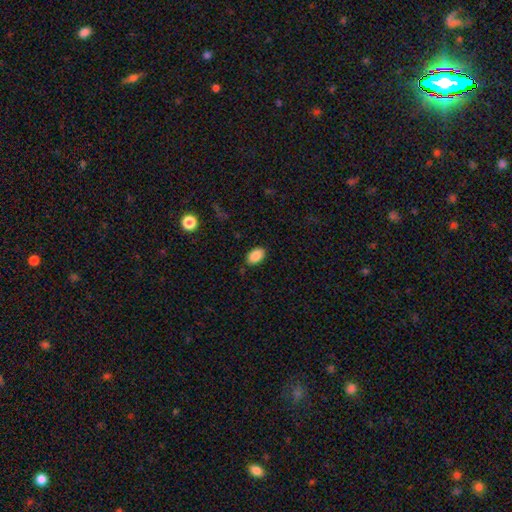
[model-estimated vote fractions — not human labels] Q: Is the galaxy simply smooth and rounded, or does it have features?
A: smooth — 87%.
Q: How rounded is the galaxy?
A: in between — 89%.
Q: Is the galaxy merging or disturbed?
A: none — 83%.